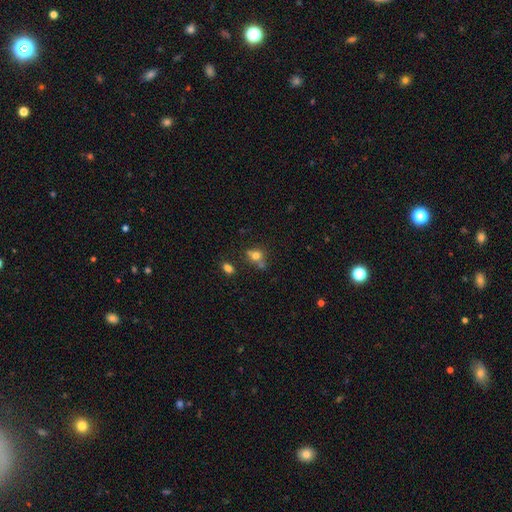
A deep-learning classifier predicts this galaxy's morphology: type=smooth (69%); roundness=round (63%); merging=none (48%).